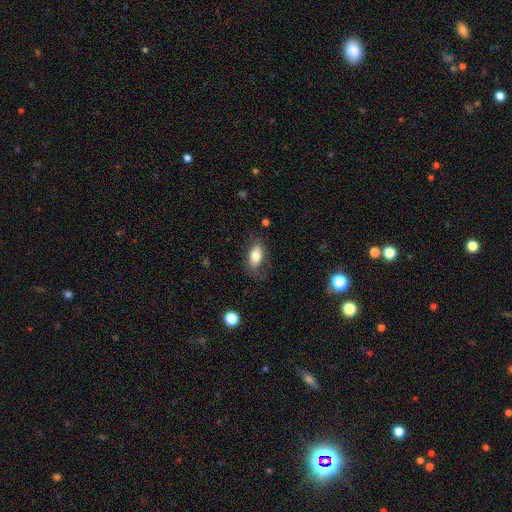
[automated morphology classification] A smooth galaxy with no disk features (74%) that is in between round and cigar-shaped (89%).

Vote fractions:
- Smooth or featured? smooth: 74% / featured or disk: 19% / star or artifact: 7%
- How rounded? in between: 89% / cigar-shaped: 6% / round: 5%
- Merging? none: 72% / minor disturbance: 18% / major disturbance: 8% / merger: 1%